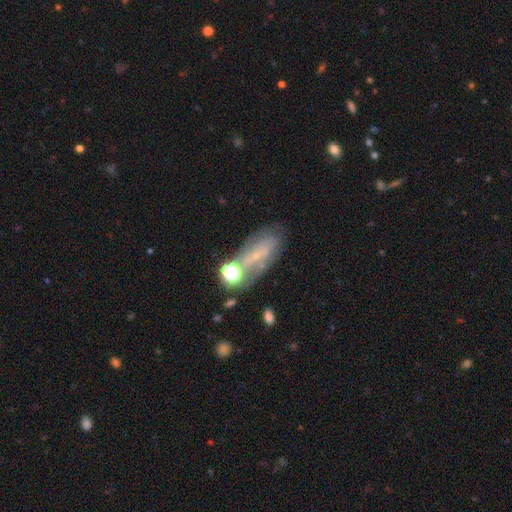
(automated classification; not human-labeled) A featured or disk galaxy (54%).

Vote fractions:
- Smooth or featured? featured or disk: 54% / smooth: 31% / star or artifact: 16%
- Edge-on disk? no: 87% / yes: 13%
- Merging? none: 53% / minor disturbance: 21% / merger: 15% / major disturbance: 12%